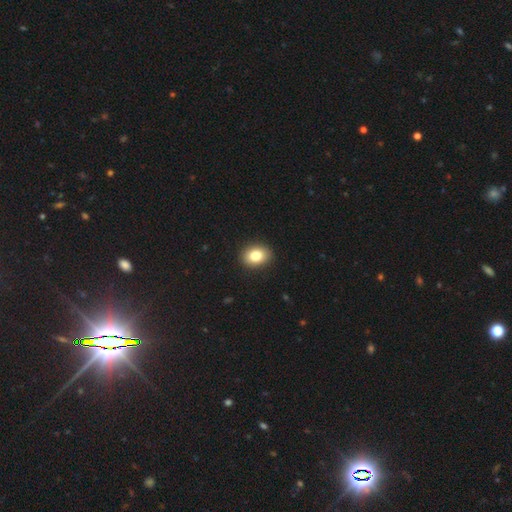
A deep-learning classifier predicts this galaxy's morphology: smooth 82%, star or artifact 9%, featured or disk 9%. Down the decision tree: how rounded — in between (61%); merging — none (90%).